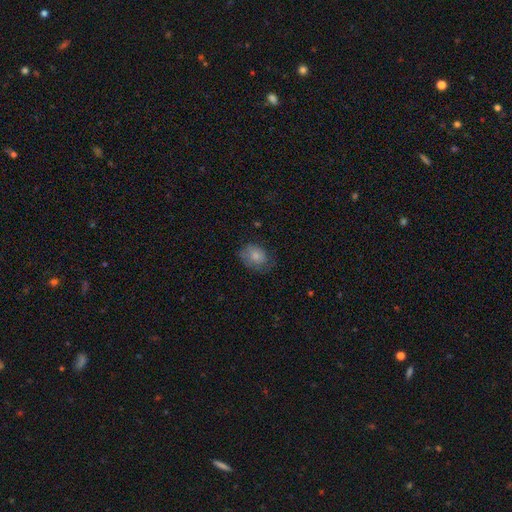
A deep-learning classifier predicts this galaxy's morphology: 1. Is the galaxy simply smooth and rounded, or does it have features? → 77% smooth, 15% featured or disk, 8% star or artifact.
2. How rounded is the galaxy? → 63% in between, 36% round, 1% cigar-shaped.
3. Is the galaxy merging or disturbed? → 60% none, 28% minor disturbance, 10% major disturbance, 1% merger.